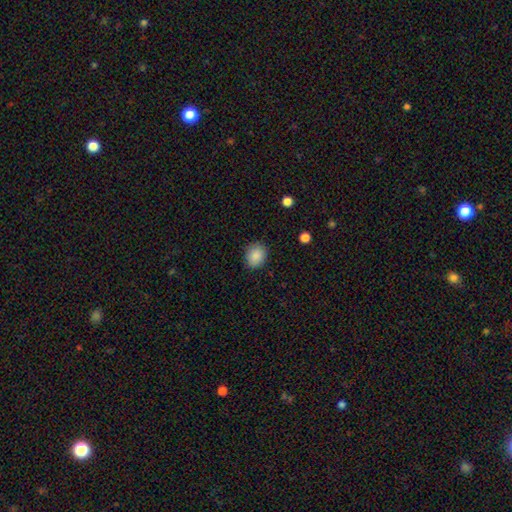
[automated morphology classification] Overall: smooth (87%). How rounded: round (58%; in between 41%). Merging: none (84%).